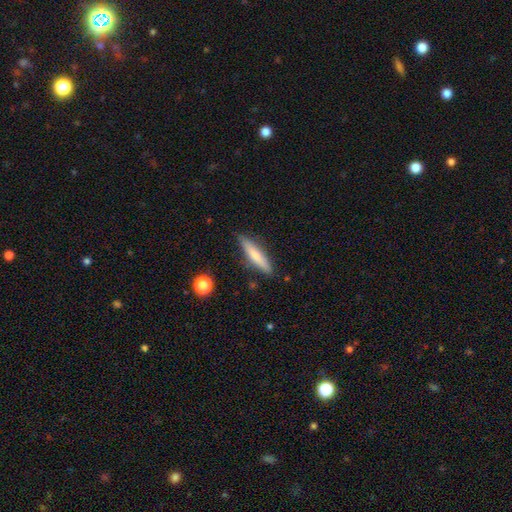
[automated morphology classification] Smooth or featured?
  - smooth: 65% *
  - featured or disk: 29%
  - star or artifact: 6%
How rounded?
  - cigar-shaped: 83% *
  - in between: 15%
  - round: 2%
Merging?
  - none: 86% *
  - minor disturbance: 11%
  - major disturbance: 2%
  - merger: 2%